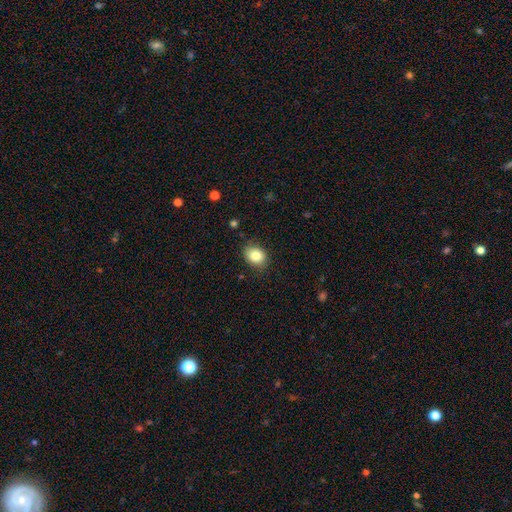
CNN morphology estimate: Smooth or featured? smooth (85%)
How rounded? in between (53%)
Merging? none (80%)